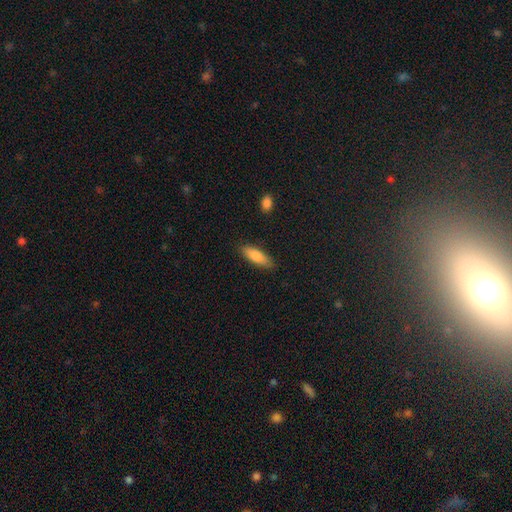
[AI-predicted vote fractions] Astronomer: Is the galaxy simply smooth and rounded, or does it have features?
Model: smooth — 84%.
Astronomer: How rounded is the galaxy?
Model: in between — 55% (runner-up: cigar-shaped, 43%).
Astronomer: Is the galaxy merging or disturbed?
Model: none — 85%.